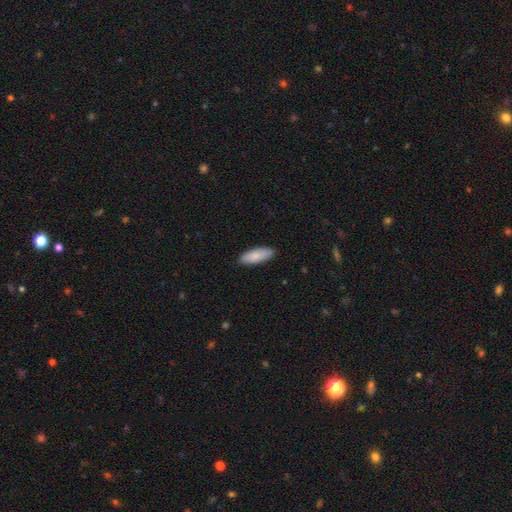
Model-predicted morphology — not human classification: Smooth or featured? Predicted: smooth (p=0.86). How rounded? Predicted: in between (p=0.72). Merging? Predicted: none (p=0.87).